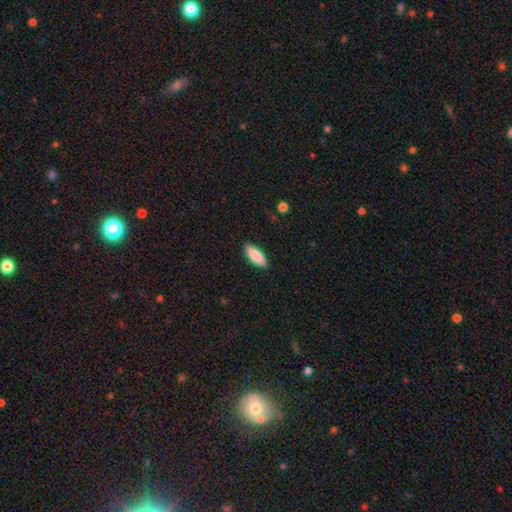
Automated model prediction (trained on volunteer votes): A smooth galaxy with no disk features (86%) that is in between round and cigar-shaped (73%). Merging: none (89%).